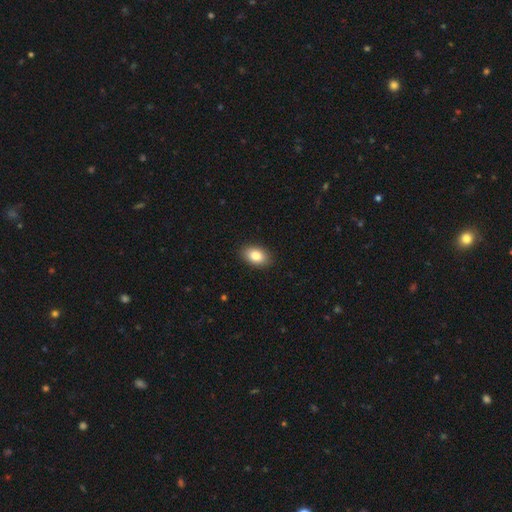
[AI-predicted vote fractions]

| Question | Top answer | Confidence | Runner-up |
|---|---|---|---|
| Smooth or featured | smooth | 84% | featured or disk (8%) |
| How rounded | in between | 87% | round (12%) |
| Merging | none | 90% | minor disturbance (8%) |